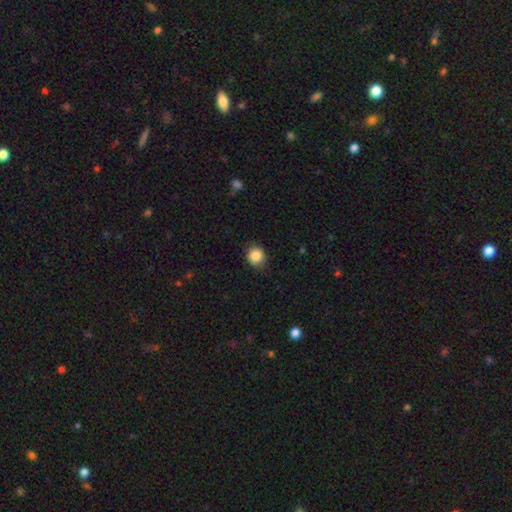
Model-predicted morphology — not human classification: This appears to be a smooth galaxy with no disk features (86%) that is round (81%). Merging: none (83%).